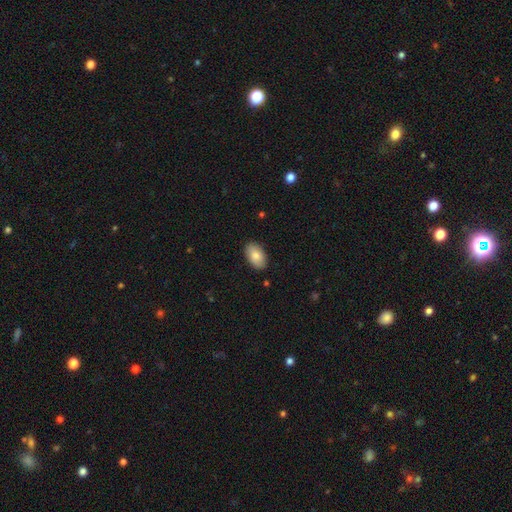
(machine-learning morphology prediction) The model was most divided on "smooth or featured": smooth: 81%, featured or disk: 12%, star or artifact: 6%. More confident: how rounded — in between (94%); merging — none (87%).